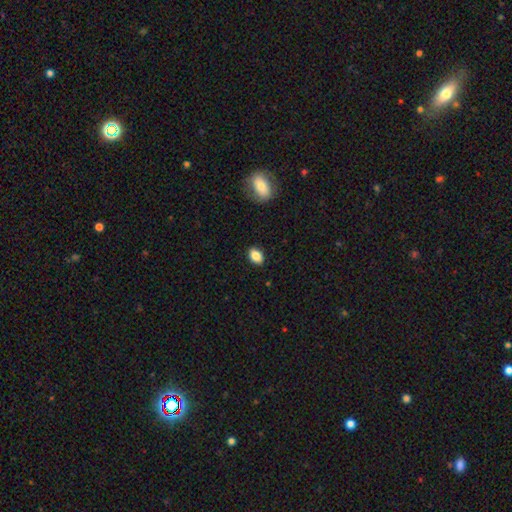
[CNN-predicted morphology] A smooth galaxy with no disk features (85%) that is in between round and cigar-shaped (81%). Merging: none (88%).